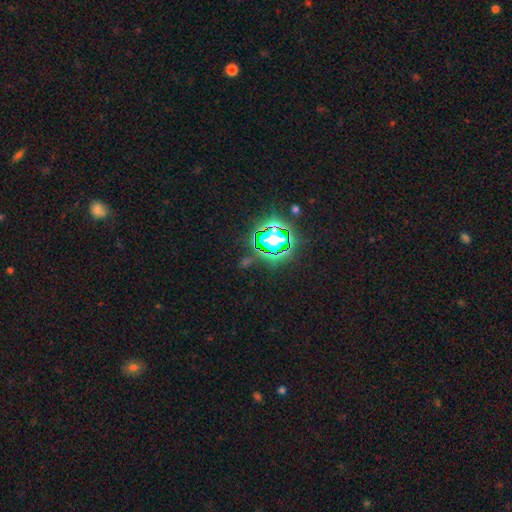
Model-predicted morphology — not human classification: smooth-or-featured: star or artifact: 81% | smooth: 12% | featured or disk: 7%